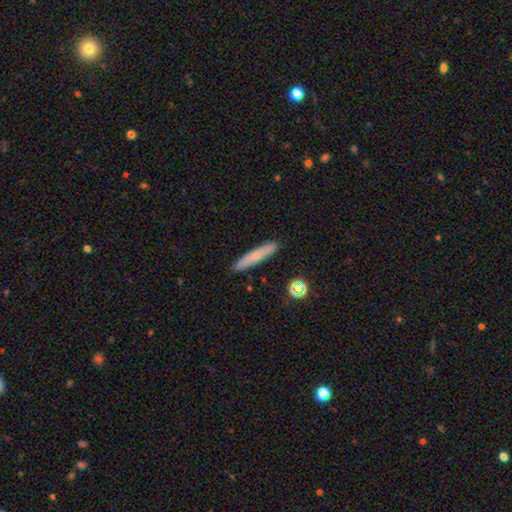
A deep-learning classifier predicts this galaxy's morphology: This appears to be a smooth galaxy with no disk features (65%) that is cigar-shaped (92%). Merging: none (89%).